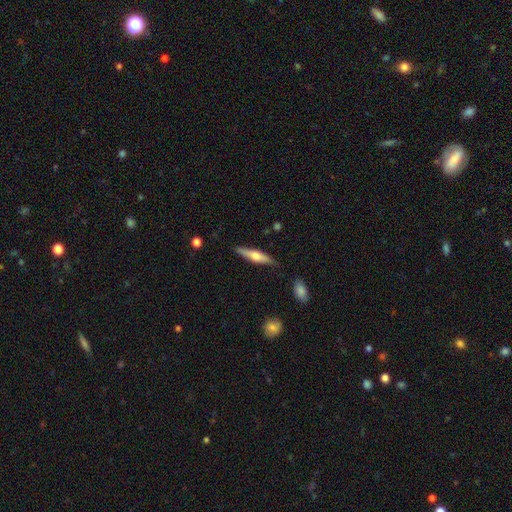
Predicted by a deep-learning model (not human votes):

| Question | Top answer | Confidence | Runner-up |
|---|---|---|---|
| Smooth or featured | featured or disk | 52% | smooth (43%) |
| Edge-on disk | yes | 94% | no (6%) |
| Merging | none | 85% | minor disturbance (11%) |